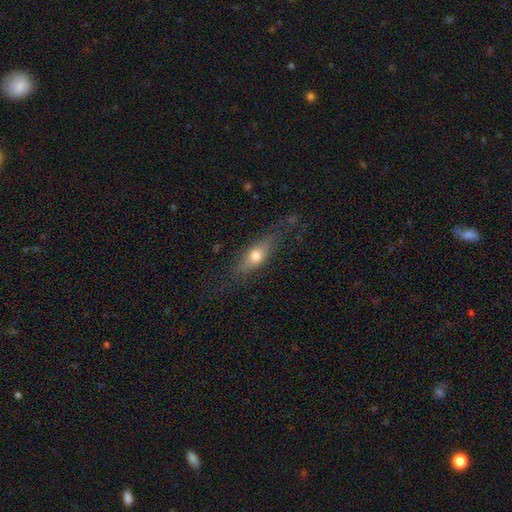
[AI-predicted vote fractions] The model was most divided on "how rounded": in between: 51%, cigar-shaped: 42%, round: 7%. More confident: merging — none (70%); smooth or featured — smooth (57%).